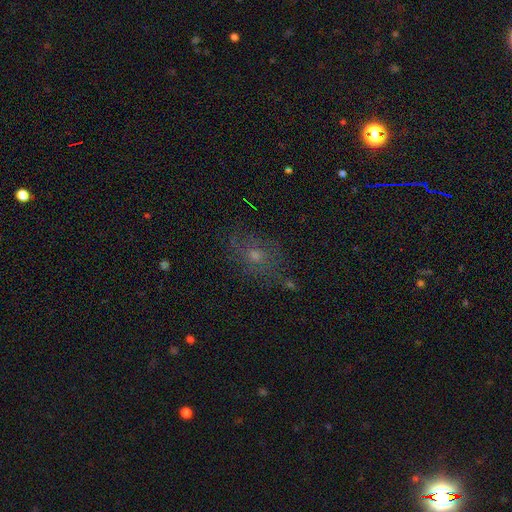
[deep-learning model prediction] Overall: smooth (42%; featured or disk 32%). Merging: none (70%).